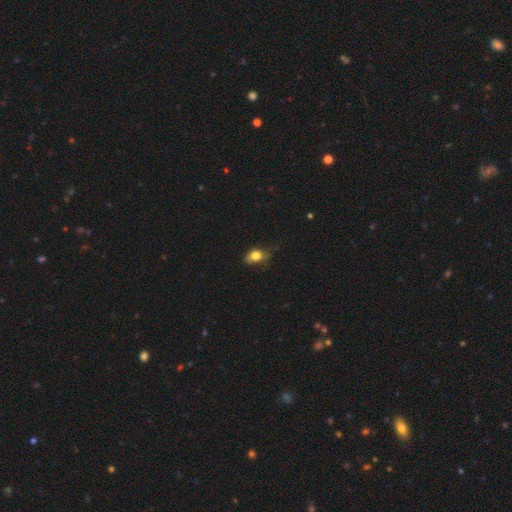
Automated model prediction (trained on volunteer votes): Smooth or featured? smooth (75%)
How rounded? in between (68%)
Merging? none (39%, tied with minor disturbance)